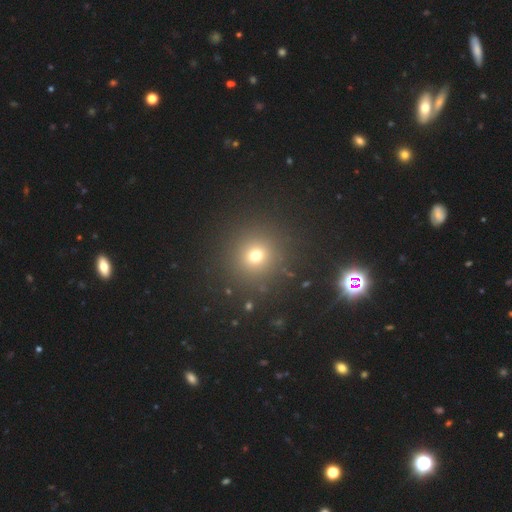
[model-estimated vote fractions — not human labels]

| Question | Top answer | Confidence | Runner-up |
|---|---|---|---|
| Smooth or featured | smooth | 70% | star or artifact (22%) |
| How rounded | round | 90% | in between (9%) |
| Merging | none | 88% | minor disturbance (6%) |